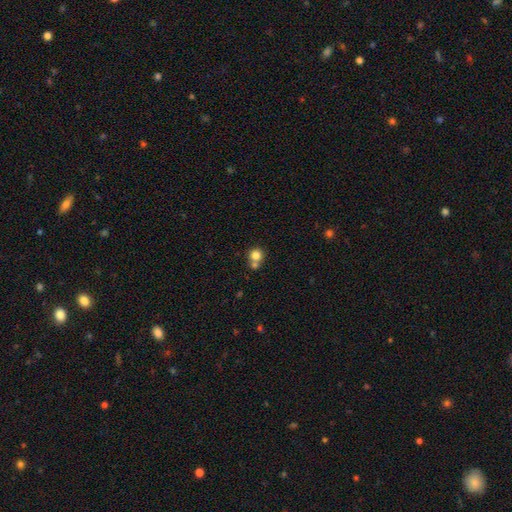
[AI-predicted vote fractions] Smooth or featured? smooth (81%)
How rounded? round (90%)
Merging? none (51%)